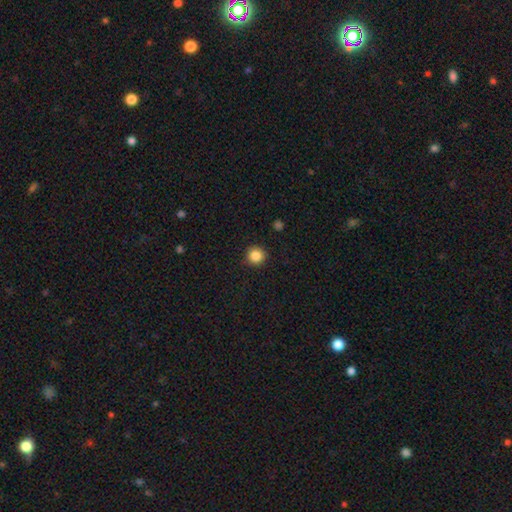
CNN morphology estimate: Smooth or featured?
  - smooth: 86% *
  - star or artifact: 10%
  - featured or disk: 4%
How rounded?
  - round: 94% *
  - in between: 5%
  - cigar-shaped: 1%
Merging?
  - none: 91% *
  - minor disturbance: 6%
  - major disturbance: 2%
  - merger: 1%